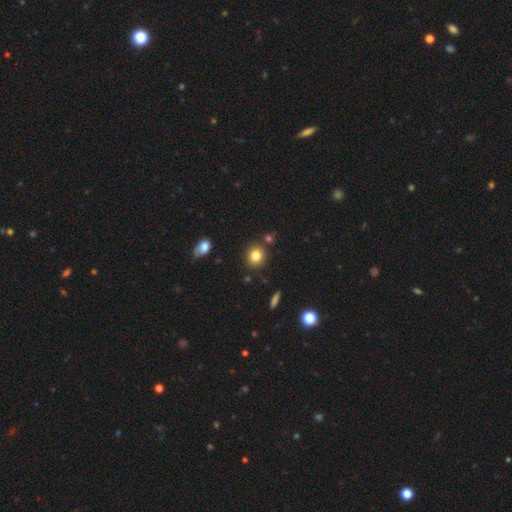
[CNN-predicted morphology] smooth_or_featured: smooth (p=0.82) [alt: star or artifact p=0.11]
how_rounded: round (p=0.81) [alt: in between p=0.17]
merging: none (p=0.85) [alt: minor disturbance p=0.08]